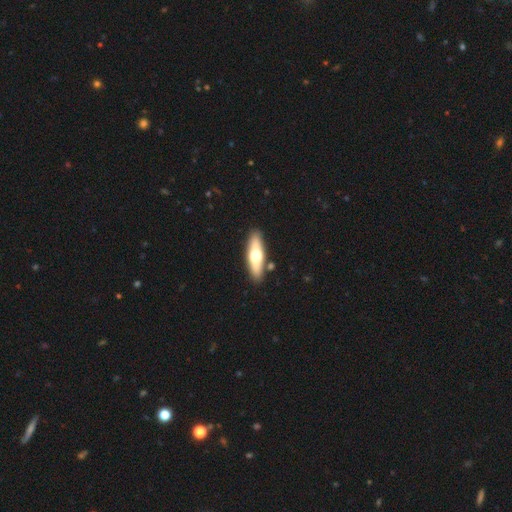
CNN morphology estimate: type=smooth (54%); roundness=cigar-shaped (54%); merging=none (87%).